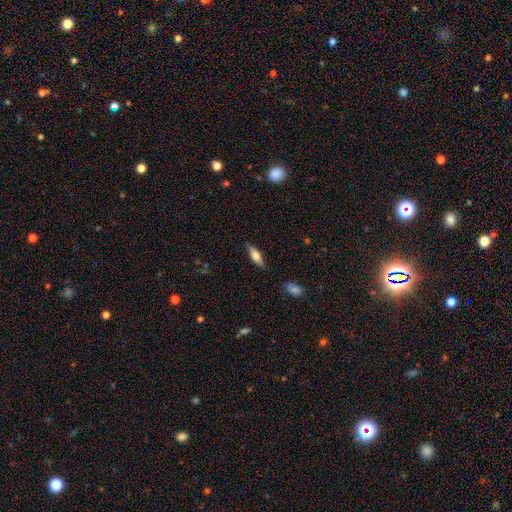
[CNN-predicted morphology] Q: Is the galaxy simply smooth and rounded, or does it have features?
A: smooth — 55%.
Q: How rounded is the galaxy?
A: cigar-shaped — 50%.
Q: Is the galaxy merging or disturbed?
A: none — 85%.